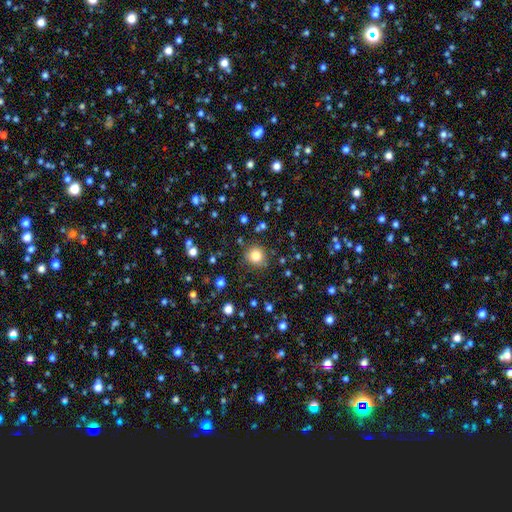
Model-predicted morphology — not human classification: type=smooth (81%); roundness=round (90%); merging=none (86%).